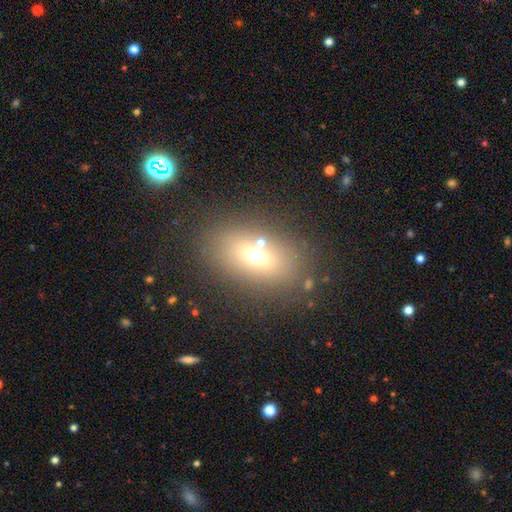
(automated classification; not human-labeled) smooth-or-featured: smooth: 63% | featured or disk: 19% | star or artifact: 18%
  how-rounded: in between: 77% | round: 19% | cigar-shaped: 4%
  merging: none: 74% | minor disturbance: 10% | merger: 9% | major disturbance: 6%